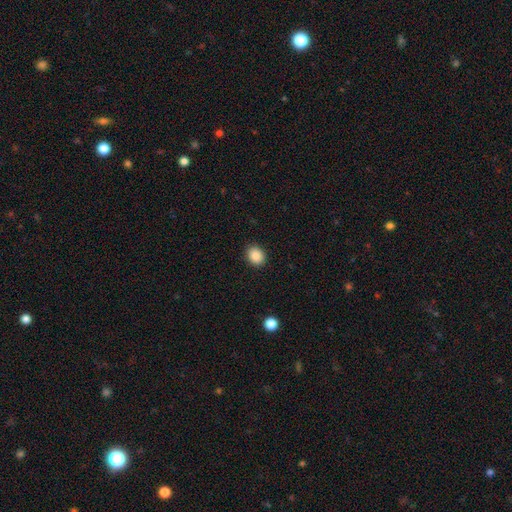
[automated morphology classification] The model was most divided on "how rounded": round: 52%, in between: 47%, cigar-shaped: 1%. More confident: merging — none (90%); smooth or featured — smooth (88%).